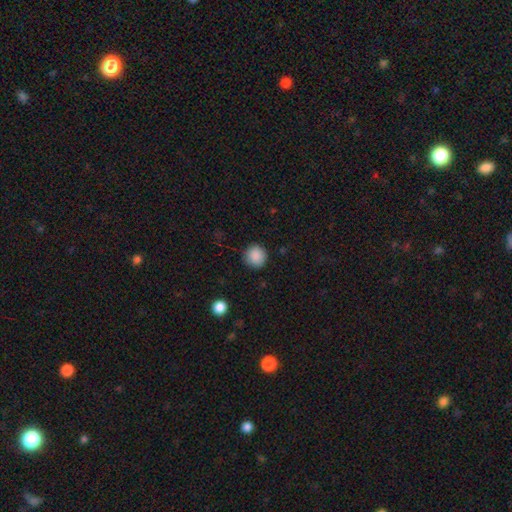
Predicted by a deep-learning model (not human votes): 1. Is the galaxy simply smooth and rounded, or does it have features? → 88% smooth, 9% star or artifact, 3% featured or disk.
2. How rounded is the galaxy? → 93% round, 6% in between, 1% cigar-shaped.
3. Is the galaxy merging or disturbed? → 89% none, 7% minor disturbance, 2% major disturbance, 1% merger.